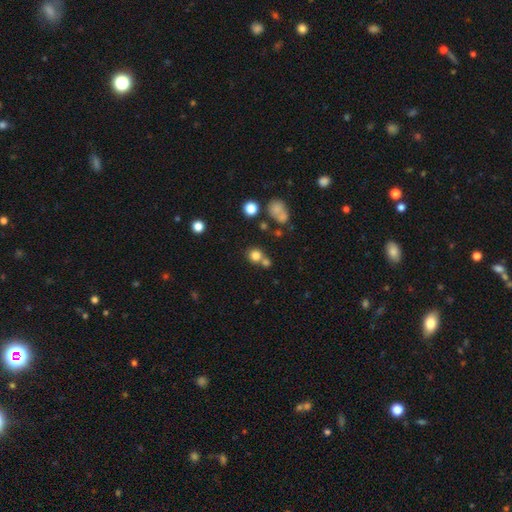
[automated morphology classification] smooth-or-featured: smooth: 78% | star or artifact: 14% | featured or disk: 8%
  how-rounded: round: 88% | in between: 11% | cigar-shaped: 1%
  merging: none: 59% | merger: 30% | minor disturbance: 8% | major disturbance: 3%